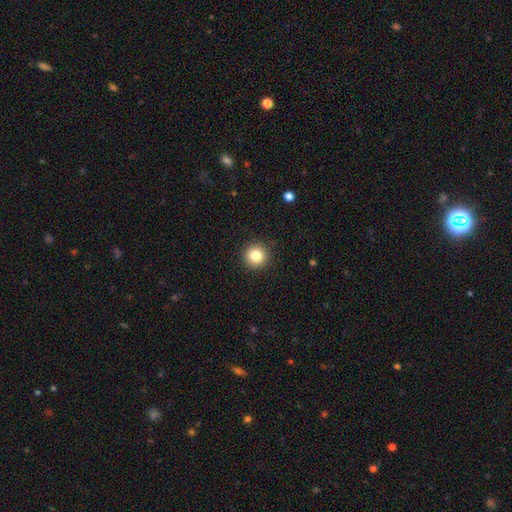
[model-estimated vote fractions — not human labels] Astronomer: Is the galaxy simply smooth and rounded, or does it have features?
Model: smooth — 84%.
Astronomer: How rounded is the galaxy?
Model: round — 95%.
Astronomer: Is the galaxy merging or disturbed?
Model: none — 92%.